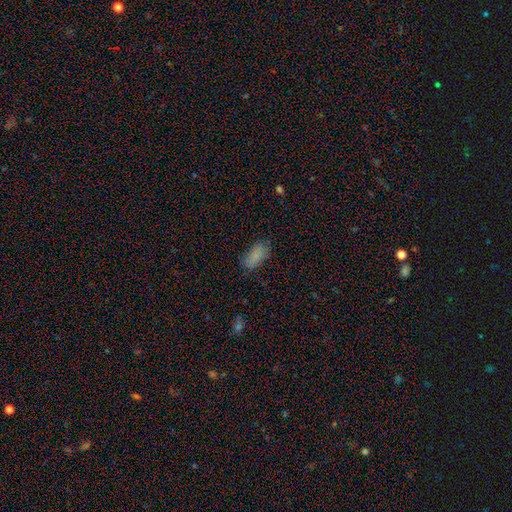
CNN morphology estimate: smooth 83%, star or artifact 10%, featured or disk 7%. Down the decision tree: how rounded — in between (90%); merging — none (79%).